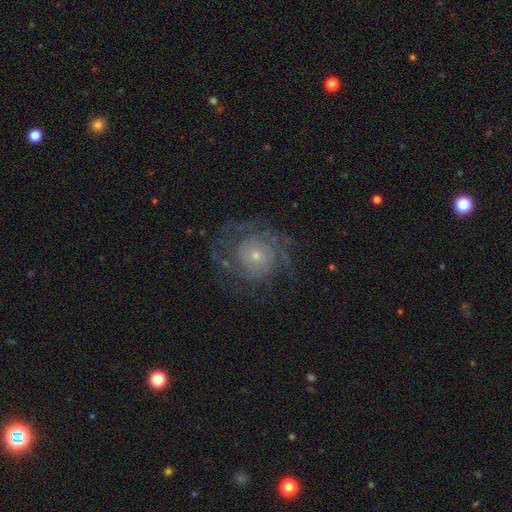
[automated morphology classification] This appears to be a featured or disk galaxy (83%) with no bar (80%), tight (65%) spiral arms (94%) and a small central bulge (65%). Merging: none (72%).